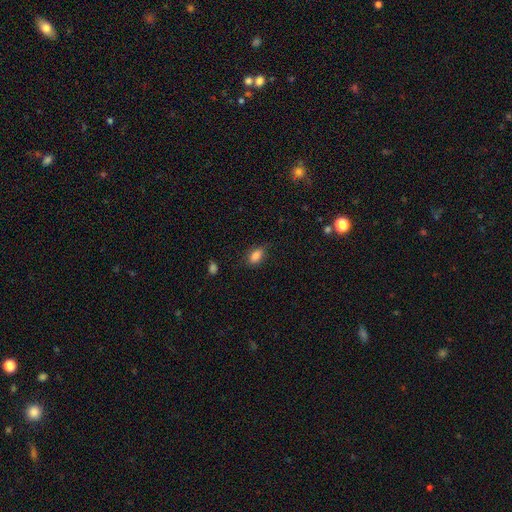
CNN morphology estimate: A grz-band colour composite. It shows a smooth galaxy with no disk features (85%) that is in between round and cigar-shaped (86%). Merging: none (76%).